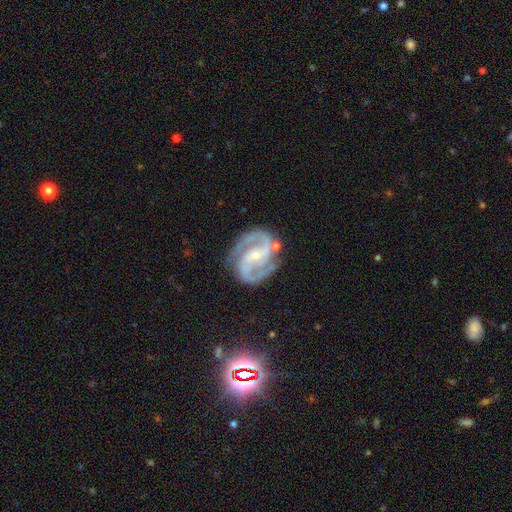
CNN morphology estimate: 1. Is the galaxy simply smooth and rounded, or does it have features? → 92% featured or disk, 5% star or artifact, 3% smooth.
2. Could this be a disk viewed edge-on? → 98% no, 2% yes.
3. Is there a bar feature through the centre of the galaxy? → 38% weak, 33% no, 29% strong.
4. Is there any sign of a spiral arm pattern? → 98% yes, 2% no.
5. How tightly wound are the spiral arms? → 56% medium, 35% tight, 9% loose.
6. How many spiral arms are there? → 89% 2, 5% 3, 2% can't tell, 1% 1, 1% 4, 1% more than 4.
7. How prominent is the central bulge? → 69% small, 26% moderate, 3% none, 1% large, 1% dominant.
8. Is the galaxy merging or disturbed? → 75% none, 16% minor disturbance, 6% major disturbance, 3% merger.